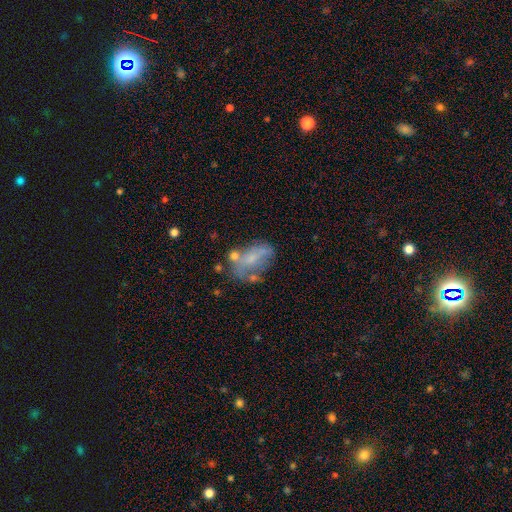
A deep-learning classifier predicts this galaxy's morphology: This is possibly a smooth galaxy (46%). Merging: marginally none (35%).